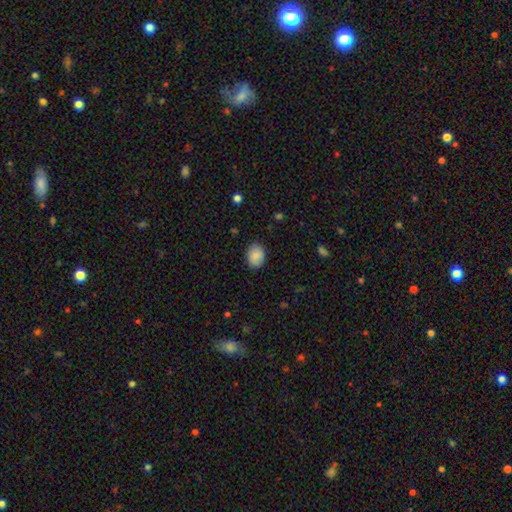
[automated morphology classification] Smooth or featured? Predicted: smooth (p=0.89). How rounded? Predicted: in between (p=0.65). Merging? Predicted: none (p=0.85).